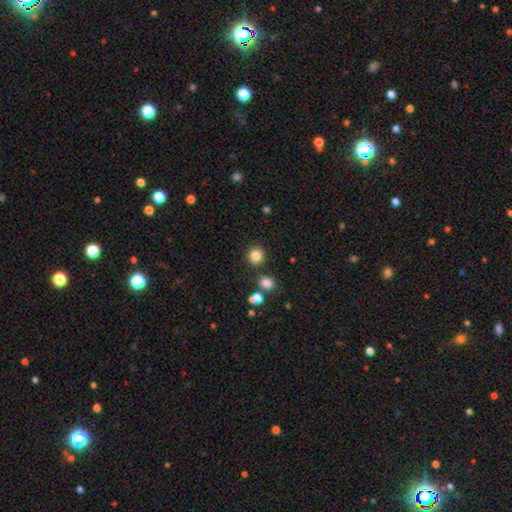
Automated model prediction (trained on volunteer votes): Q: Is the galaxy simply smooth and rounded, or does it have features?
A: smooth — 83%.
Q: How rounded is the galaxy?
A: round — 91%.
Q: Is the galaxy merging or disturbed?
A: none — 86%.